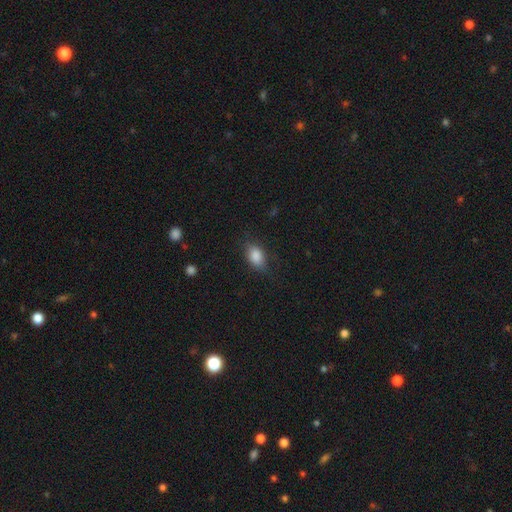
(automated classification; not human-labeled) smooth 85%, star or artifact 8%, featured or disk 7%. Down the decision tree: how rounded — in between (82%); merging — none (74%).